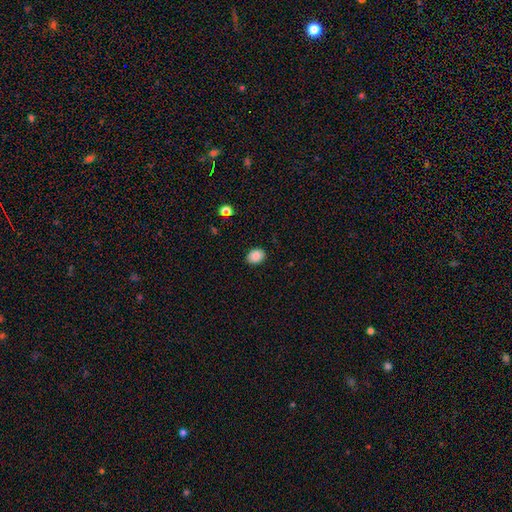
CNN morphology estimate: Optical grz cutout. It shows a smooth galaxy with no disk features (88%) that is in between round and cigar-shaped (62%). Merging: none (88%).